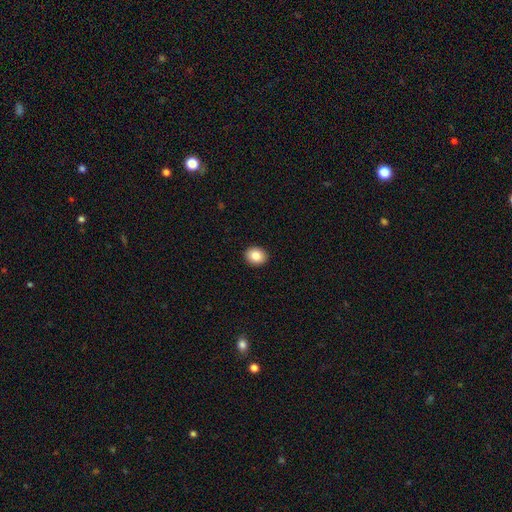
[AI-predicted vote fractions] Smooth or featured? Predicted: smooth (p=0.85). How rounded? Predicted: round (p=0.54). Merging? Predicted: none (p=0.92).